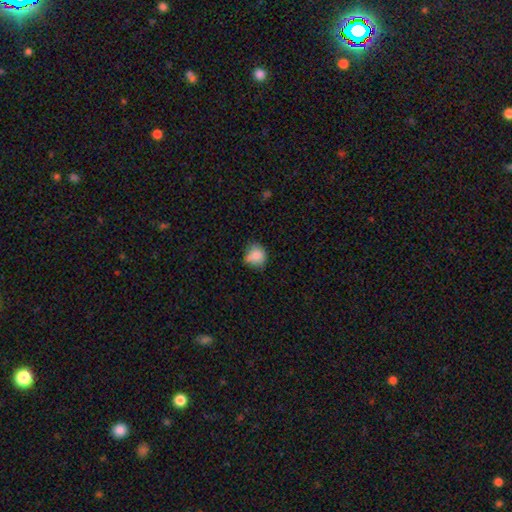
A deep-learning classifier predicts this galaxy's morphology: Smooth or featured?
  - smooth: 83% *
  - star or artifact: 9%
  - featured or disk: 8%
How rounded?
  - round: 75% *
  - in between: 24%
  - cigar-shaped: 1%
Merging?
  - none: 57% *
  - minor disturbance: 32%
  - major disturbance: 7%
  - merger: 4%